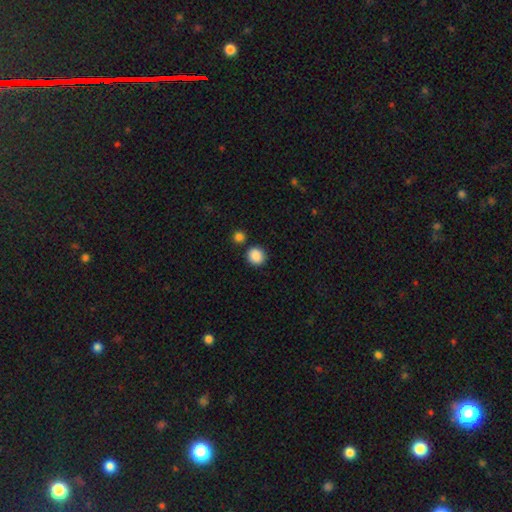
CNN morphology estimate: A smooth galaxy with no disk features (88%) that is round (88%).

Vote fractions:
- Smooth or featured? smooth: 88% / star or artifact: 9% / featured or disk: 3%
- How rounded? round: 88% / in between: 11% / cigar-shaped: 1%
- Merging? none: 83% / minor disturbance: 8% / merger: 7% / major disturbance: 3%